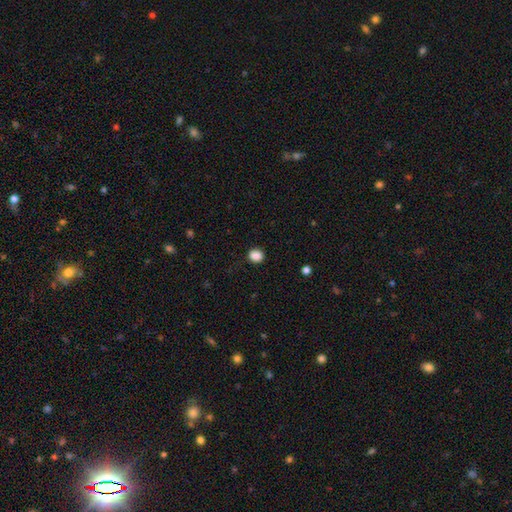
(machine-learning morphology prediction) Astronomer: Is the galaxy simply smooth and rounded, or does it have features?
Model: smooth — 87%.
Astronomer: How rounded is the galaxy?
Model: round — 68%.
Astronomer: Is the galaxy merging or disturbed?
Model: none — 86%.